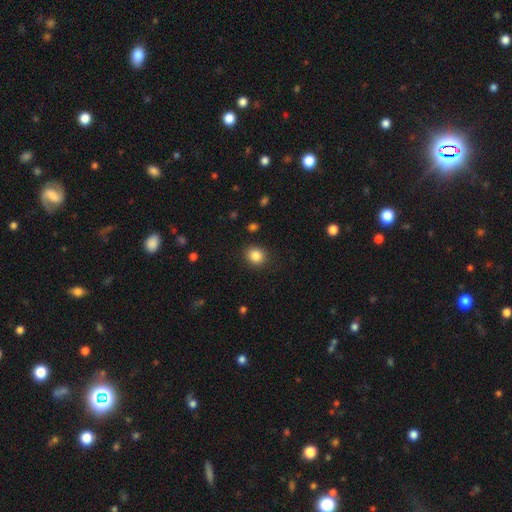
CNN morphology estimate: A smooth galaxy with no disk features (85%) that is round (78%). Merging: none (88%).